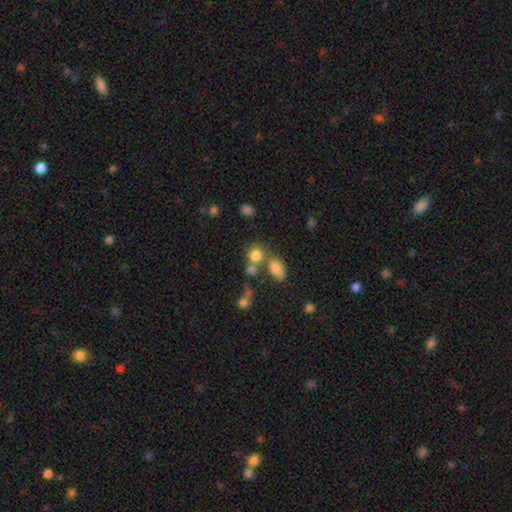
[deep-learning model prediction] Smooth or featured? Predicted: smooth (p=0.78). How rounded? Predicted: round (p=0.74). Merging? Predicted: none (p=0.47).